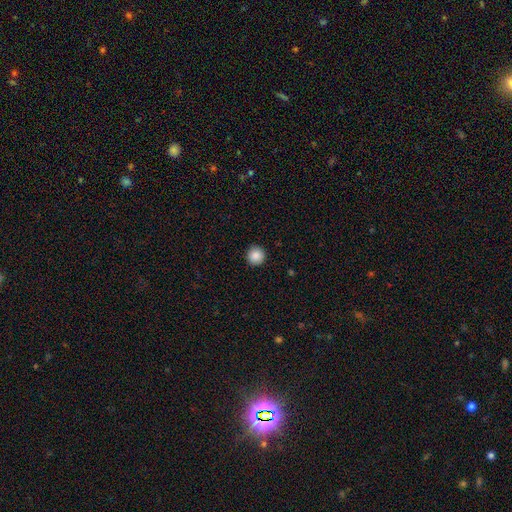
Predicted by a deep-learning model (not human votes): smooth-or-featured: smooth: 88% | star or artifact: 9% | featured or disk: 3%
  how-rounded: round: 95% | in between: 4% | cigar-shaped: 1%
  merging: none: 93% | minor disturbance: 5% | major disturbance: 2% | merger: 1%